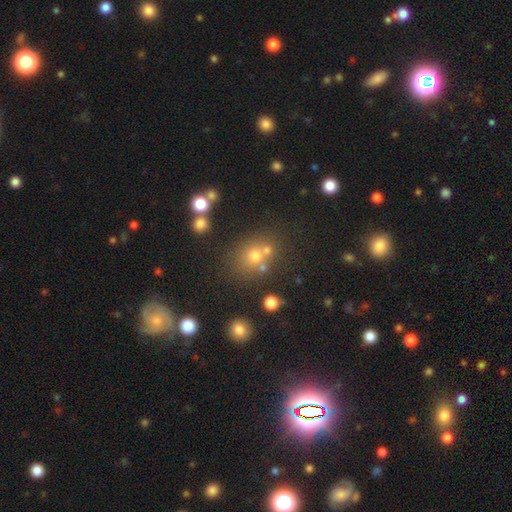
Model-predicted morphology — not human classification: smooth-or-featured: smooth: 64% | star or artifact: 22% | featured or disk: 14%
  how-rounded: round: 73% | in between: 26% | cigar-shaped: 1%
  merging: none: 57% | merger: 27% | minor disturbance: 11% | major disturbance: 5%